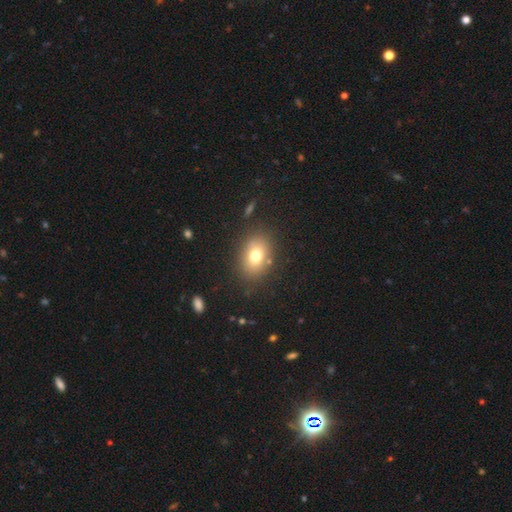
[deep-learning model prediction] The model was most divided on "how rounded": in between: 68%, round: 31%, cigar-shaped: 1%. More confident: merging — none (82%); smooth or featured — smooth (75%).